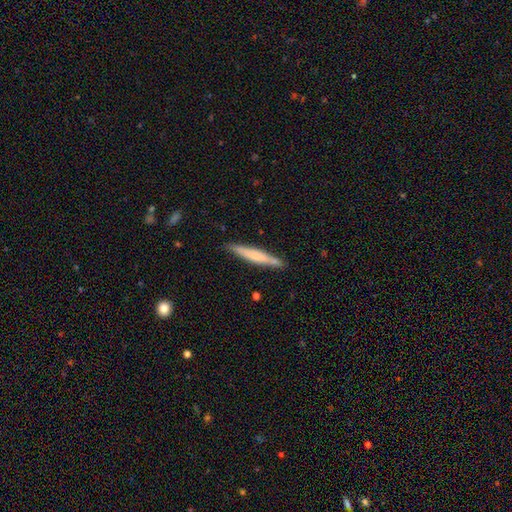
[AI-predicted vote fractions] Smooth or featured?
  - smooth: 57% *
  - featured or disk: 37%
  - star or artifact: 6%
How rounded?
  - cigar-shaped: 94% *
  - in between: 5%
  - round: 1%
Merging?
  - none: 84% *
  - minor disturbance: 12%
  - merger: 3%
  - major disturbance: 2%